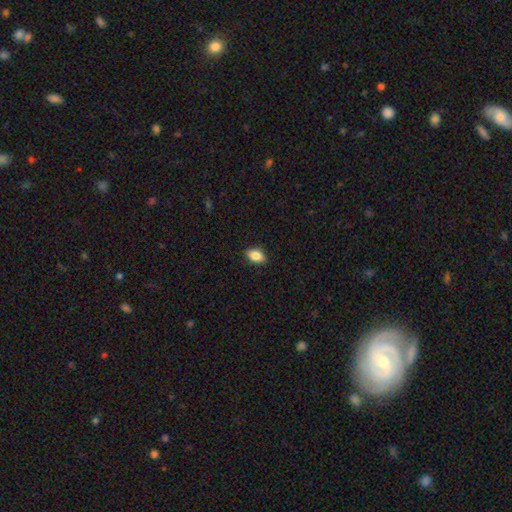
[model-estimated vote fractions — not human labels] This is clearly a smooth galaxy (85%). How rounded: clearly in between (87%). Merging: clearly none (88%).